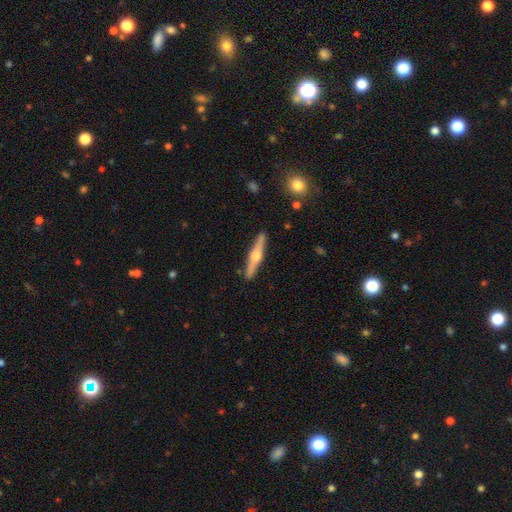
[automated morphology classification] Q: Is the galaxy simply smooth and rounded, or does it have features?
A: featured or disk — 72%.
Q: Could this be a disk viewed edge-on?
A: yes — 97%.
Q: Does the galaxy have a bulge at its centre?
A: rounded — 94%.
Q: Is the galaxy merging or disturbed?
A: none — 91%.